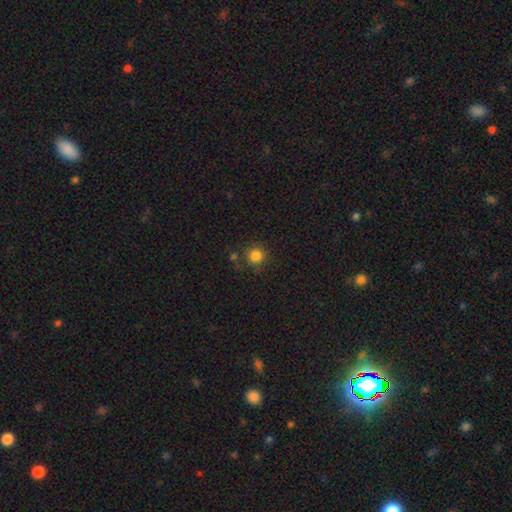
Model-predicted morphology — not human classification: smooth 83%, star or artifact 12%, featured or disk 5%. Down the decision tree: how rounded — round (94%); merging — none (82%).